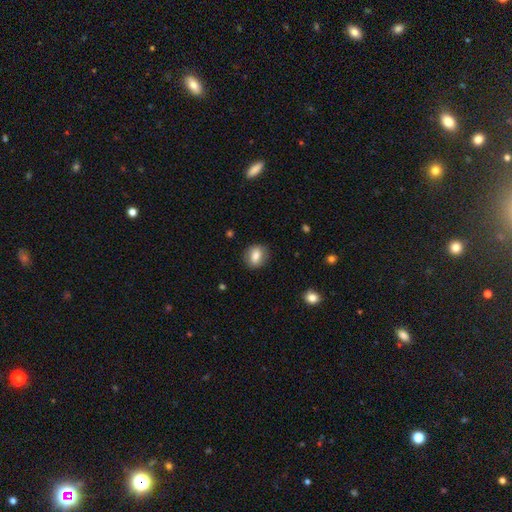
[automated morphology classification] smooth-or-featured: smooth: 80% | featured or disk: 12% | star or artifact: 8%
  how-rounded: round: 50% | in between: 48% | cigar-shaped: 2%
  merging: none: 86% | minor disturbance: 10% | major disturbance: 3% | merger: 1%